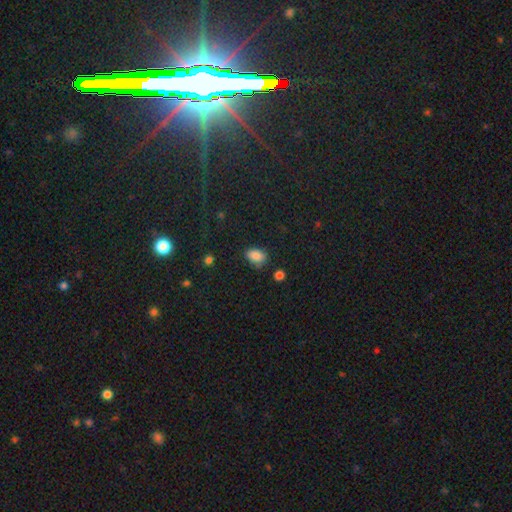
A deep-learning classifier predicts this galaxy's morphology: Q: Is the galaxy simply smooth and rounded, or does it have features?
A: smooth — 85%.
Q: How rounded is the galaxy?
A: in between — 83%.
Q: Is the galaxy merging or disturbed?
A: none — 69%.